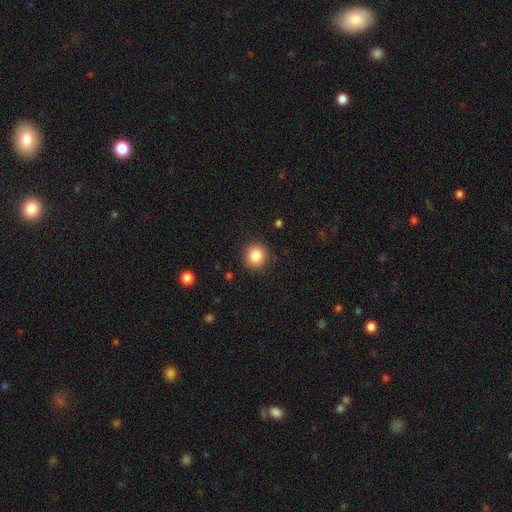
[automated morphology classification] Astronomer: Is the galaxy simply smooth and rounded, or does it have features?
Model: smooth — 85%.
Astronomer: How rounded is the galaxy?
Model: round — 91%.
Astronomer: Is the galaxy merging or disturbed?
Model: none — 89%.